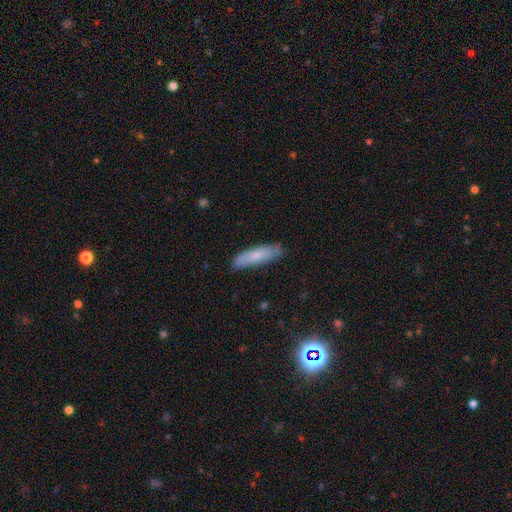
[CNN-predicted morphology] This is likely a smooth galaxy (75%). How rounded: likely cigar-shaped (70%). Merging: clearly none (81%).